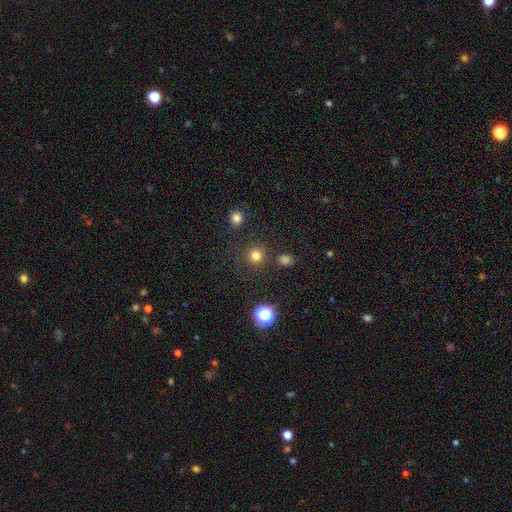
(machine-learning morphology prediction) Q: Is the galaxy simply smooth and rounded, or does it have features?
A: smooth — 78%.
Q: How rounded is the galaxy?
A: round — 94%.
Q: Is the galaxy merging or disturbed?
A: none — 86%.